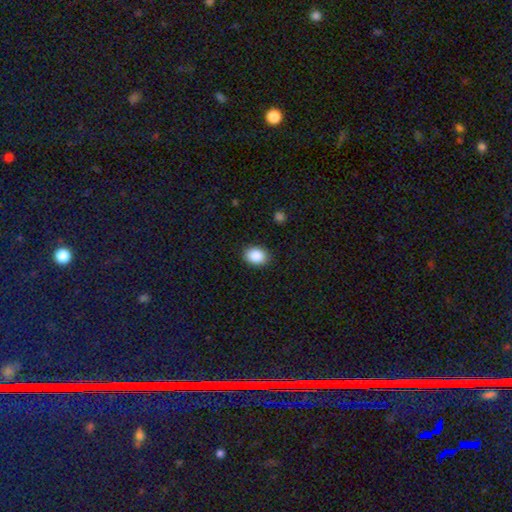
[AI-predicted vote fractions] Smooth or featured? smooth (88%)
How rounded? in between (64%)
Merging? none (89%)